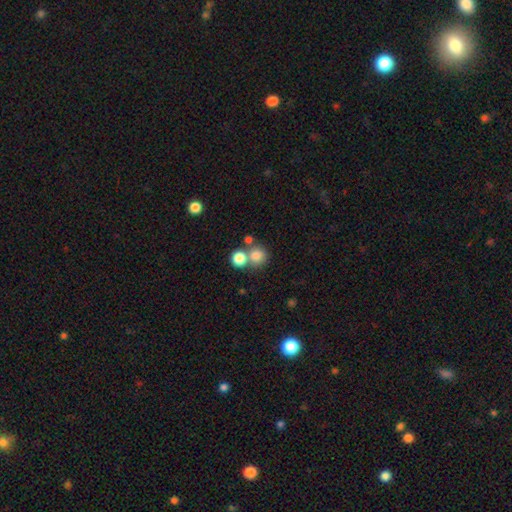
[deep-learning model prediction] A smooth galaxy with no disk features (78%) that is round (89%).

Vote fractions:
- Smooth or featured? smooth: 78% / star or artifact: 13% / featured or disk: 8%
- How rounded? round: 89% / in between: 10% / cigar-shaped: 1%
- Merging? none: 58% / merger: 31% / minor disturbance: 7% / major disturbance: 3%